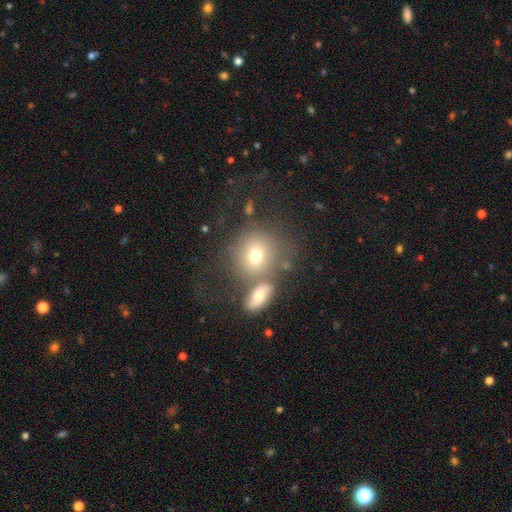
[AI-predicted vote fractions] smooth 68%, featured or disk 19%, star or artifact 12%. Down the decision tree: how rounded — round (81%); merging — none (54%).